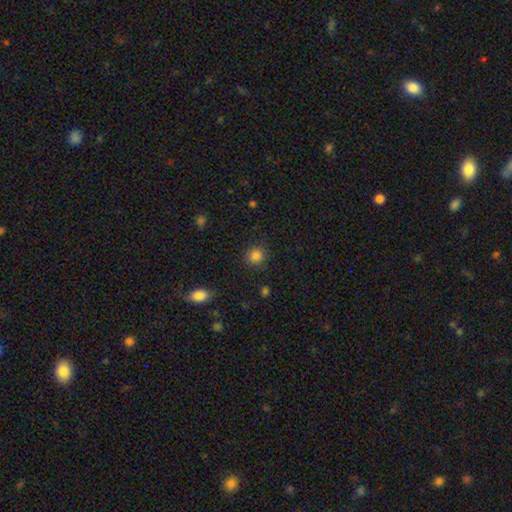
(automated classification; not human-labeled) Smooth or featured? smooth (85%)
How rounded? round (87%)
Merging? none (87%)